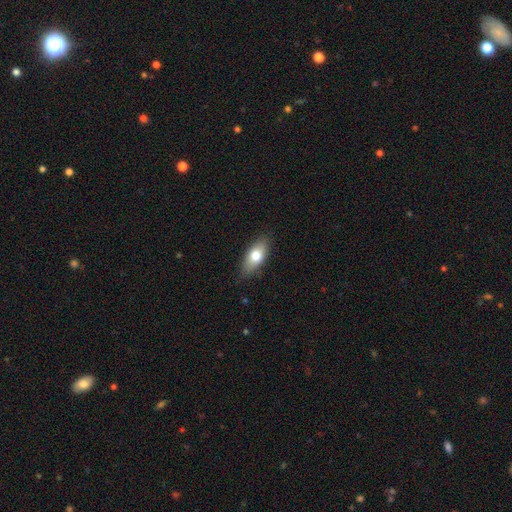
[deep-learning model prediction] The model was most divided on "smooth or featured": smooth: 73%, featured or disk: 21%, star or artifact: 7%. More confident: how rounded — in between (83%); merging — none (82%).